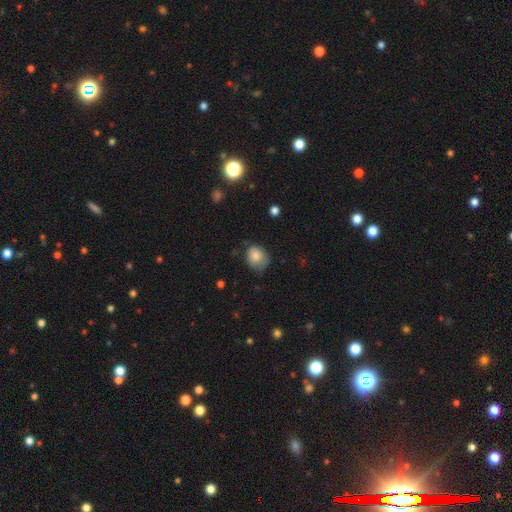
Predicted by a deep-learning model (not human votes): Q: Smooth or featured?
A: smooth (81%); runner-up: featured or disk (11%)
Q: How rounded?
A: round (58%); runner-up: in between (41%)
Q: Merging?
A: none (50%); runner-up: minor disturbance (37%)